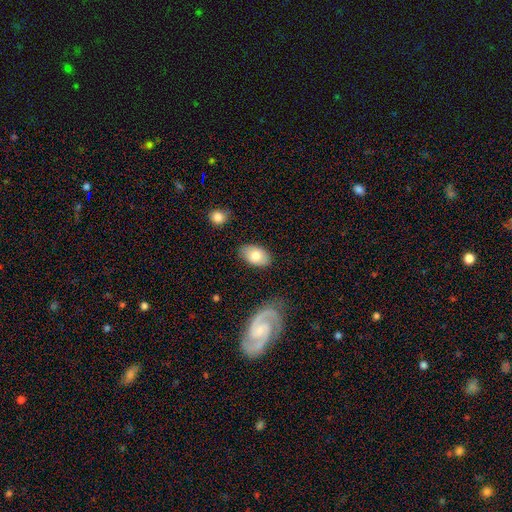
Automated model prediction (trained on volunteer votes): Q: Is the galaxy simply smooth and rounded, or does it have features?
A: smooth — 76%.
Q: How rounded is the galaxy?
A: in between — 92%.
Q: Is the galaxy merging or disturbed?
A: none — 81%.